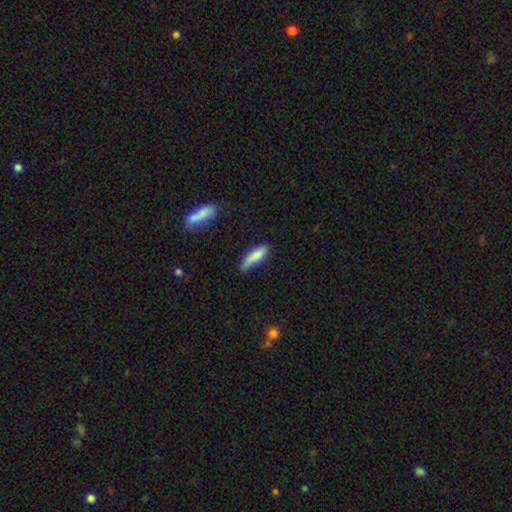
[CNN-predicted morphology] This appears to be a smooth galaxy with no disk features (82%) that is cigar-shaped (62%). Merging: none (53%).